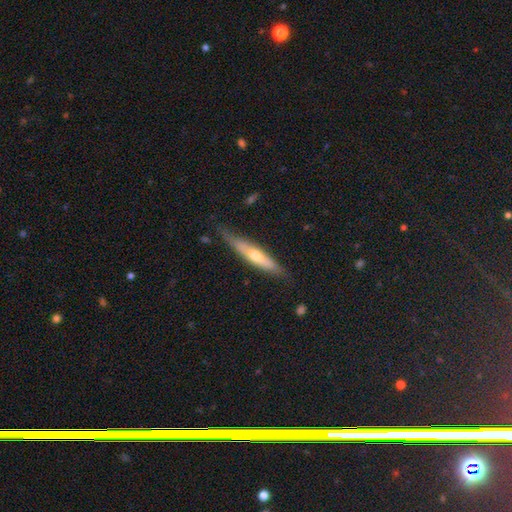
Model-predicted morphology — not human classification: Q: Smooth or featured?
A: featured or disk (57%); runner-up: smooth (37%)
Q: Edge-on disk?
A: yes (90%); runner-up: no (10%)
Q: Edge-on bulge?
A: rounded (81%); runner-up: none (14%)
Q: Merging?
A: none (75%); runner-up: minor disturbance (19%)